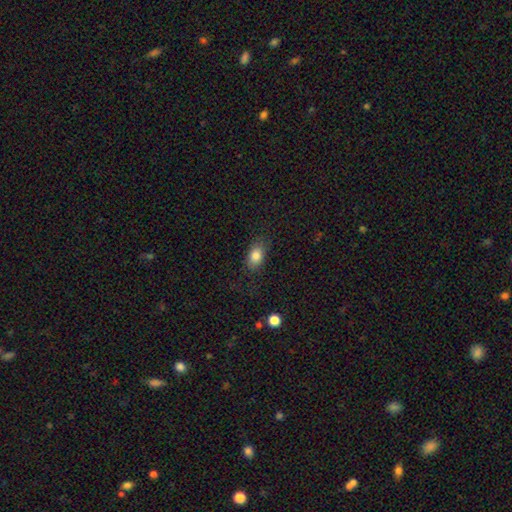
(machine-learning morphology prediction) smooth_or_featured: smooth (p=0.84) [alt: star or artifact p=0.09]
how_rounded: in between (p=0.83) [alt: round p=0.15]
merging: none (p=0.78) [alt: minor disturbance p=0.15]